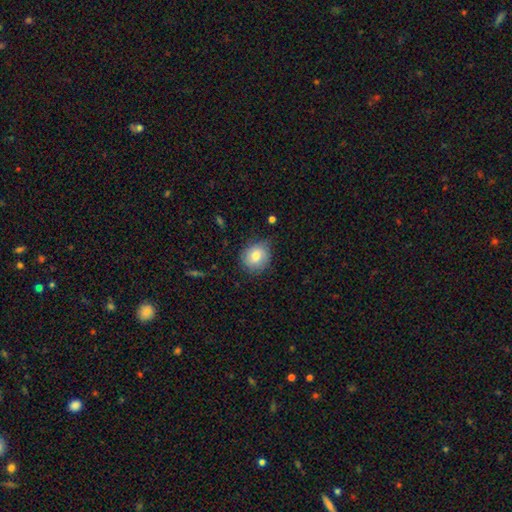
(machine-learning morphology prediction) type=smooth (79%); roundness=round (69%); merging=none (72%).